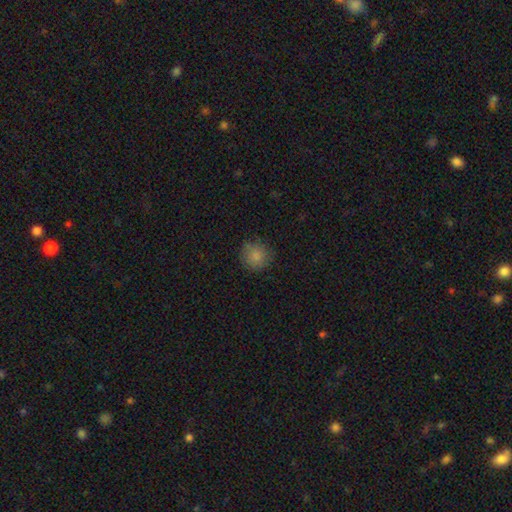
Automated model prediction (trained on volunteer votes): smooth_or_featured: smooth (p=0.84) [alt: star or artifact p=0.09]
how_rounded: round (p=0.92) [alt: in between p=0.07]
merging: none (p=0.83) [alt: minor disturbance p=0.13]